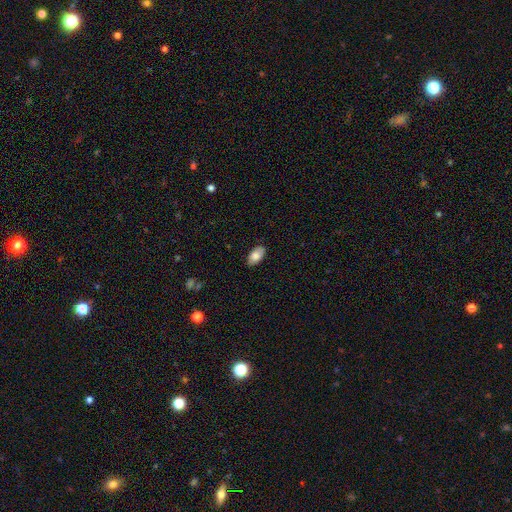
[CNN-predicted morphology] A smooth galaxy with no disk features (81%) that is in between round and cigar-shaped (94%). Merging: none (86%).